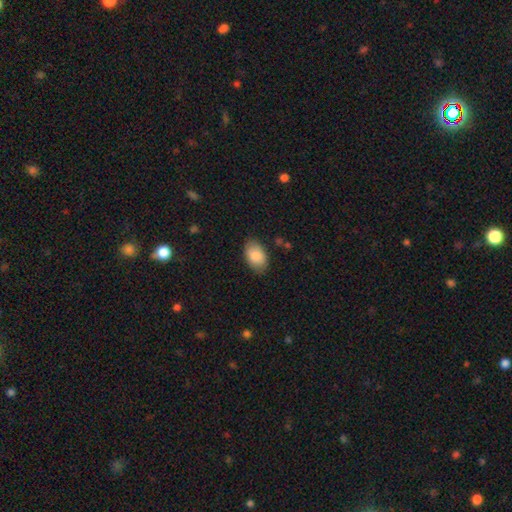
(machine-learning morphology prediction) Smooth or featured?
  - smooth: 86% *
  - featured or disk: 8%
  - star or artifact: 6%
How rounded?
  - in between: 92% *
  - round: 7%
  - cigar-shaped: 1%
Merging?
  - none: 82% *
  - minor disturbance: 13%
  - major disturbance: 3%
  - merger: 1%